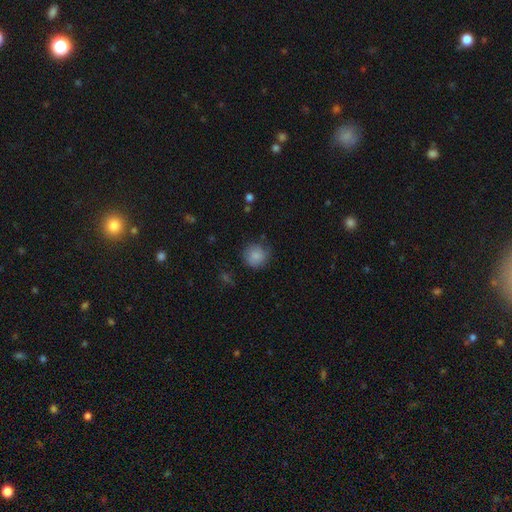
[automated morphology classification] Smooth or featured? Predicted: smooth (p=0.85). How rounded? Predicted: round (p=0.92). Merging? Predicted: none (p=0.79).